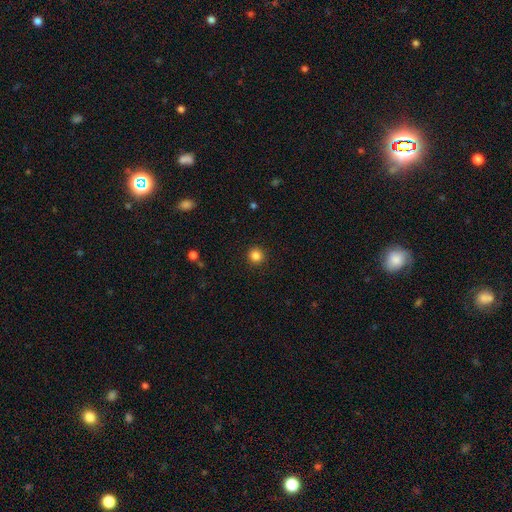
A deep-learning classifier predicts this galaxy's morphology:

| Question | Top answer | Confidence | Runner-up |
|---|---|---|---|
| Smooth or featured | smooth | 85% | star or artifact (11%) |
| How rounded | round | 94% | in between (5%) |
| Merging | none | 92% | minor disturbance (5%) |